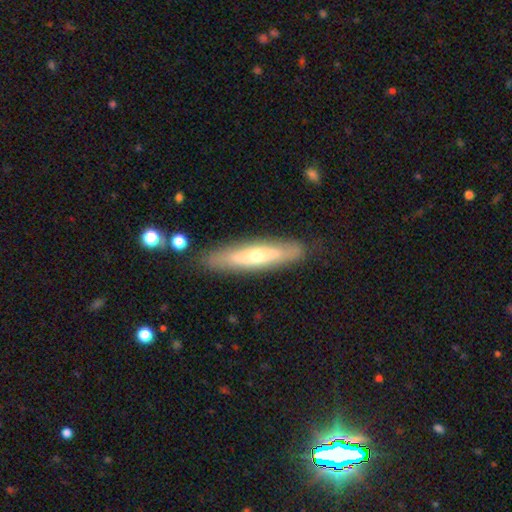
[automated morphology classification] Overall: featured or disk (53%; smooth 41%). Edge-on disk: yes (66%; no 34%). Merging: none (84%).